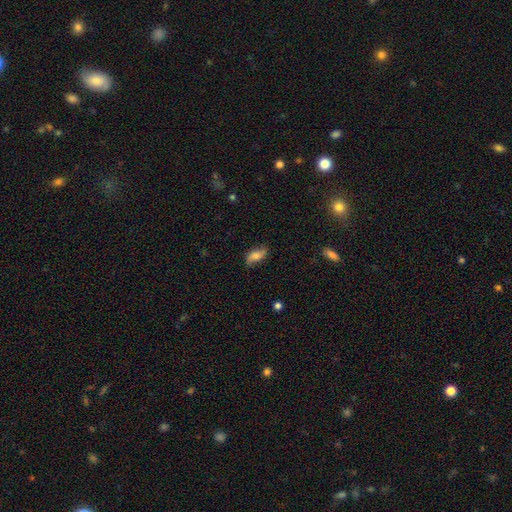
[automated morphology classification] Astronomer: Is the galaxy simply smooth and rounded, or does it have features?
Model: featured or disk — 58% (runner-up: smooth, 33%).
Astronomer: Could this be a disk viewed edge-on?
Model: no — 89%.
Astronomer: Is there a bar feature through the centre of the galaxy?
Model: no — 56%.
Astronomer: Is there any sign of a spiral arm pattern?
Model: yes — 88%.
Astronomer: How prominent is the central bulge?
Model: moderate — 53% (runner-up: small, 29%).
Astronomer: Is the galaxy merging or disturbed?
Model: none — 78%.